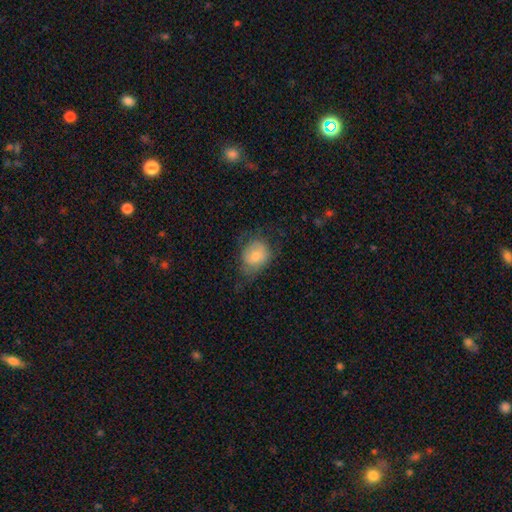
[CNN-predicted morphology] Smooth or featured?
  - smooth: 67% *
  - featured or disk: 25%
  - star or artifact: 8%
How rounded?
  - in between: 51% *
  - round: 48%
  - cigar-shaped: 1%
Merging?
  - none: 48% *
  - minor disturbance: 29%
  - major disturbance: 21%
  - merger: 1%